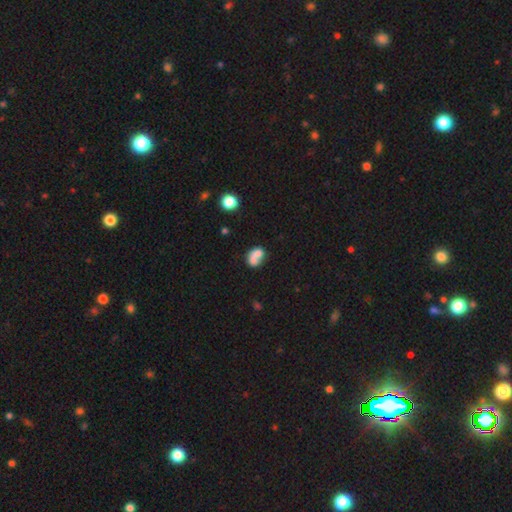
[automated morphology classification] type=smooth (65%); roundness=in between (61%); merging=merger (47%).